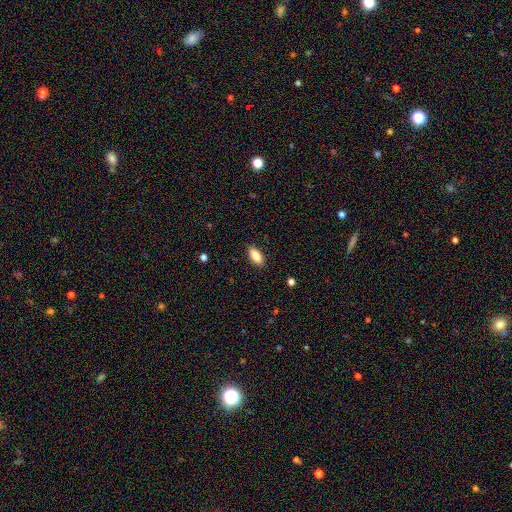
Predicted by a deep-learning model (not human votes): This appears to be a smooth galaxy with no disk features (85%) that is in between round and cigar-shaped (89%). Merging: none (89%).